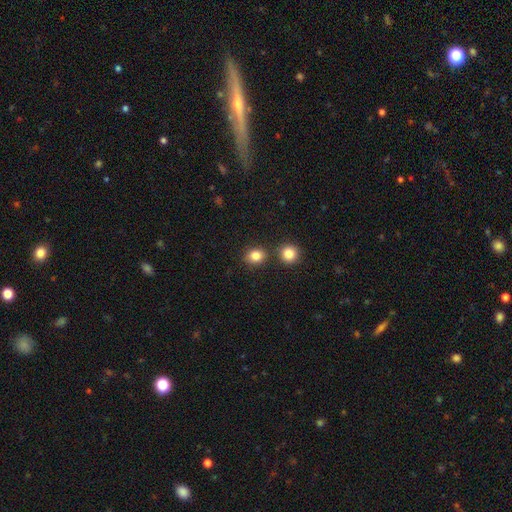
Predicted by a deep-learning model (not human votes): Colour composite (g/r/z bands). It shows a smooth galaxy with no disk features (84%) that is round (63%). Merging: none (75%).